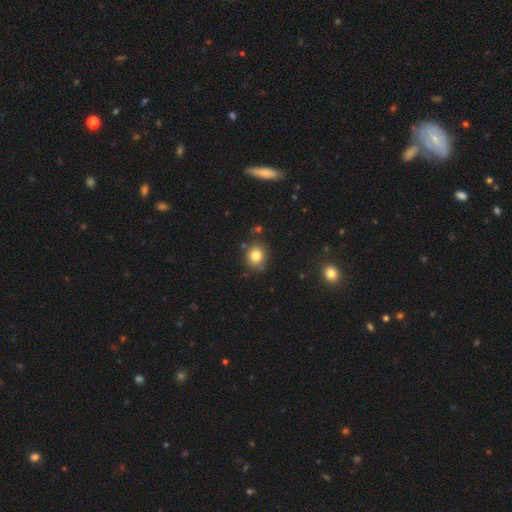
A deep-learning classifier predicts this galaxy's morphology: Smooth or featured? Predicted: smooth (p=0.81). How rounded? Predicted: round (p=0.80). Merging? Predicted: none (p=0.78).